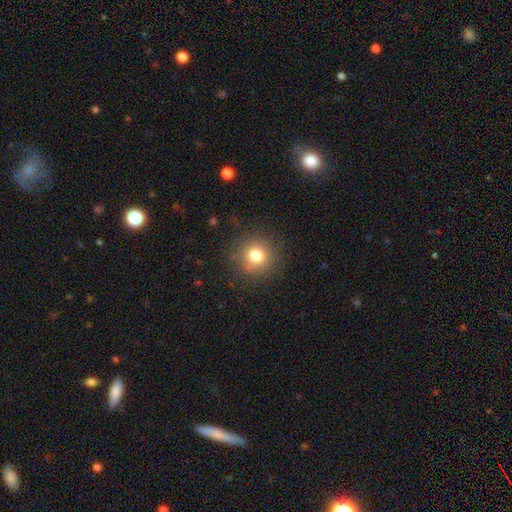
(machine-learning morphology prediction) Q: Smooth or featured?
A: smooth (79%); runner-up: star or artifact (13%)
Q: How rounded?
A: round (94%); runner-up: in between (5%)
Q: Merging?
A: none (87%); runner-up: minor disturbance (8%)